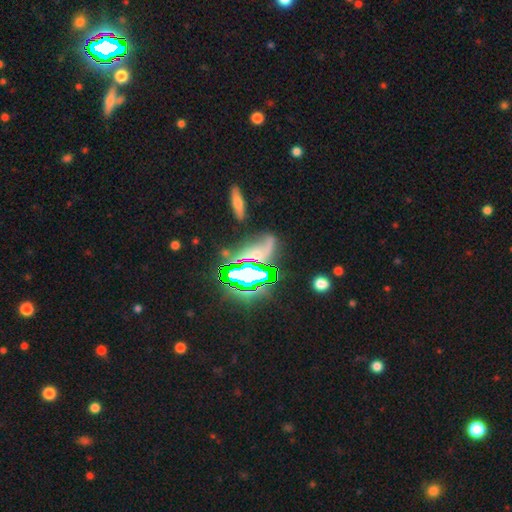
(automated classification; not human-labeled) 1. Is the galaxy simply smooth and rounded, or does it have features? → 57% star or artifact, 25% featured or disk, 18% smooth.